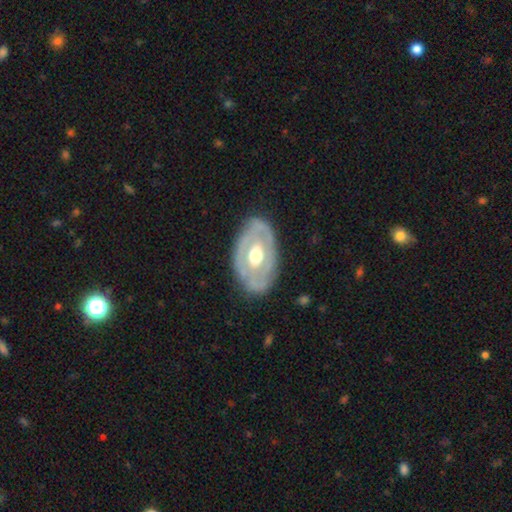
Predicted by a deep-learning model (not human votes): Smooth or featured: featured or disk — 73% (smooth — 23%)
Edge-on disk: no — 93% (yes — 7%)
Bar: no — 62% (weak — 27%)
Spiral arms: no — 55% (yes — 45%)
Bulge size: moderate — 73% (large — 18%)
Merging: none — 79% (minor disturbance — 15%)